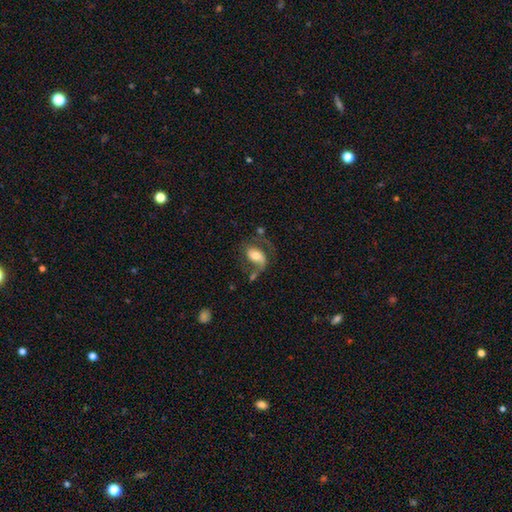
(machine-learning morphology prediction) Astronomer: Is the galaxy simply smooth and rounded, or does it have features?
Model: featured or disk — 62%.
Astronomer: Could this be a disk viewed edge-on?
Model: no — 96%.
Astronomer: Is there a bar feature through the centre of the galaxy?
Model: no — 43% (runner-up: weak, 35%).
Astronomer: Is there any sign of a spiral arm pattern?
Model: yes — 84%.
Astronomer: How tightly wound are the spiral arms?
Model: loose — 44% (runner-up: medium, 41%).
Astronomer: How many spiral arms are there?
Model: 2 — 62%.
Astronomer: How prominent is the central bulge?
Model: moderate — 61%.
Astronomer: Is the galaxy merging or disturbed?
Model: none — 41% (runner-up: major disturbance, 29%).